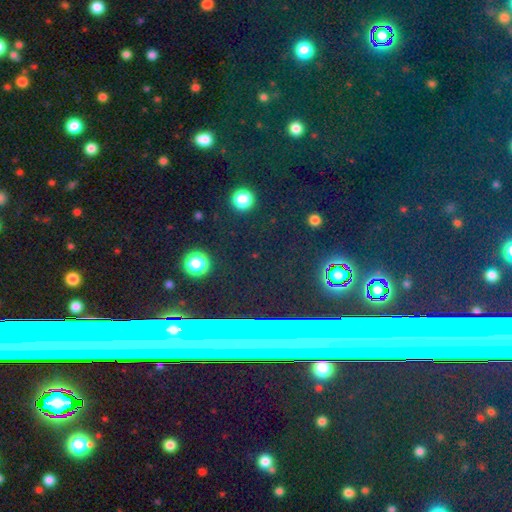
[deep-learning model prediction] Smooth or featured? Predicted: star or artifact (p=0.73).